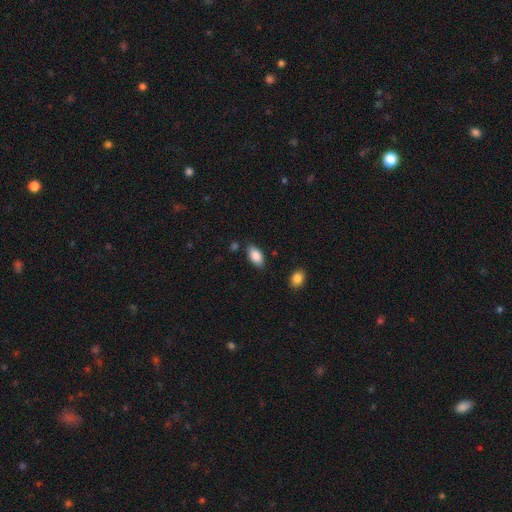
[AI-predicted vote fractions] This is clearly a smooth galaxy (85%). How rounded: clearly in between (93%). Merging: clearly none (83%).